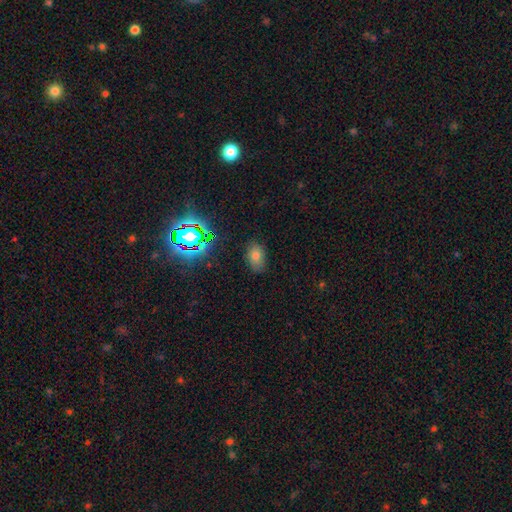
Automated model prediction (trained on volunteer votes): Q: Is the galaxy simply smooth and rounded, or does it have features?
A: smooth — 62%.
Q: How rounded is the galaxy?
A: in between — 85%.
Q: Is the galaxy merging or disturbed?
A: none — 82%.